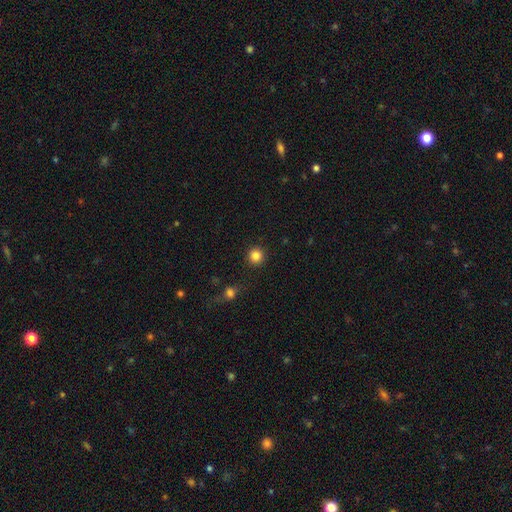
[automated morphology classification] Smooth or featured?
  - smooth: 84% *
  - star or artifact: 11%
  - featured or disk: 4%
How rounded?
  - round: 94% *
  - in between: 5%
  - cigar-shaped: 1%
Merging?
  - none: 91% *
  - minor disturbance: 5%
  - major disturbance: 2%
  - merger: 2%